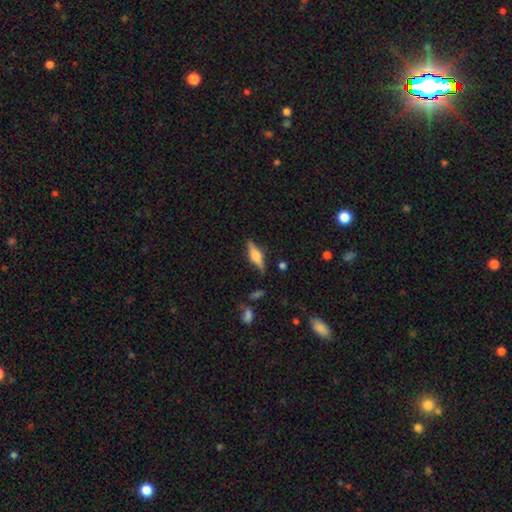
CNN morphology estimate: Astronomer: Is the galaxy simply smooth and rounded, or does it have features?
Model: featured or disk — 65%.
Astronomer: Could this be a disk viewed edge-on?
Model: yes — 96%.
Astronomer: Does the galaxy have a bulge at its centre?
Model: rounded — 87%.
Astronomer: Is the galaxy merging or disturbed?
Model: none — 85%.